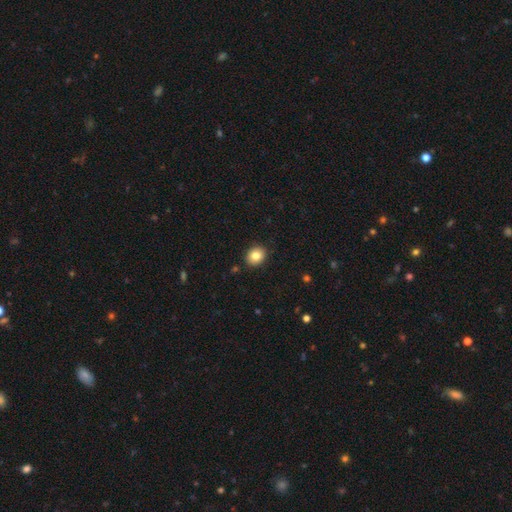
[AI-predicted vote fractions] The model was most divided on "how rounded": round: 68%, in between: 31%, cigar-shaped: 1%. More confident: merging — none (90%); smooth or featured — smooth (83%).